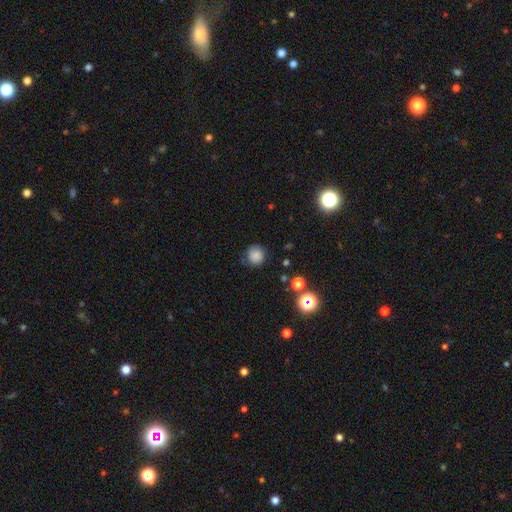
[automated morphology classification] A smooth galaxy with no disk features (80%) that is round (91%). Merging: none (77%).